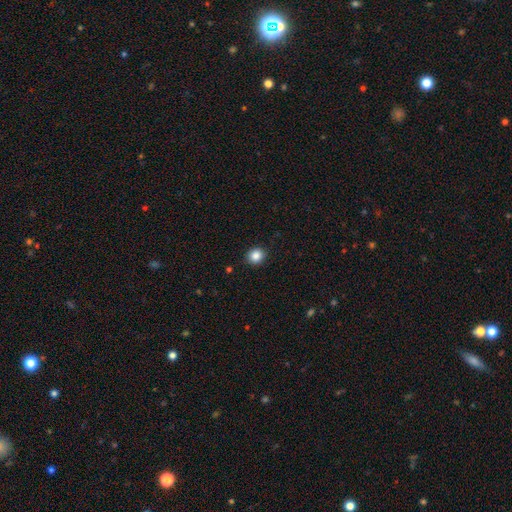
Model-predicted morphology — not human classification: Smooth or featured? smooth (86%)
How rounded? round (82%)
Merging? none (90%)